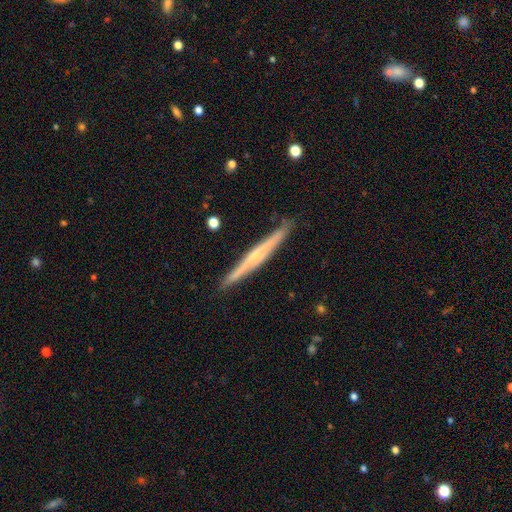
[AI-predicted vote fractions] smooth_or_featured: featured or disk (p=0.64) [alt: smooth p=0.30]
disk_edge_on: yes (p=0.97) [alt: no p=0.03]
edge_on_bulge: rounded (p=0.51) [alt: none p=0.41]
merging: none (p=0.88) [alt: minor disturbance p=0.09]